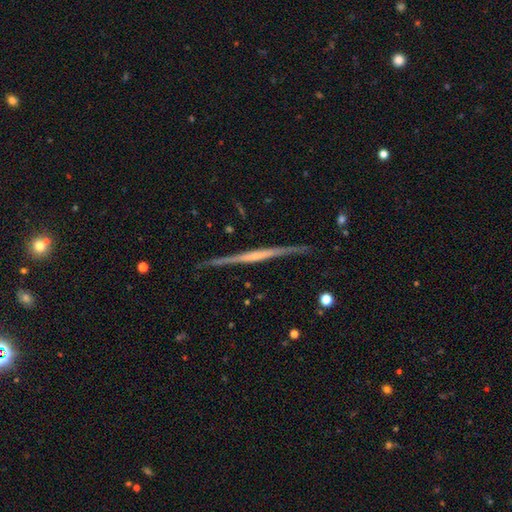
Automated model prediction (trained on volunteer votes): A featured or disk galaxy (78%) viewed edge-on (98%) with no central bulge (51%).

Vote fractions:
- Smooth or featured? featured or disk: 78% / smooth: 16% / star or artifact: 6%
- Edge-on disk? yes: 98% / no: 2%
- Edge-on bulge? none: 51% / rounded: 33% / boxy: 16%
- Merging? none: 88% / minor disturbance: 9% / major disturbance: 2% / merger: 1%